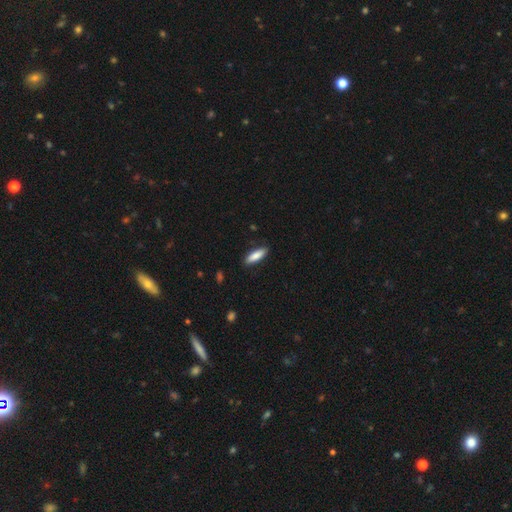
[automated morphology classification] Smooth or featured? smooth (83%)
How rounded? cigar-shaped (54%)
Merging? none (86%)